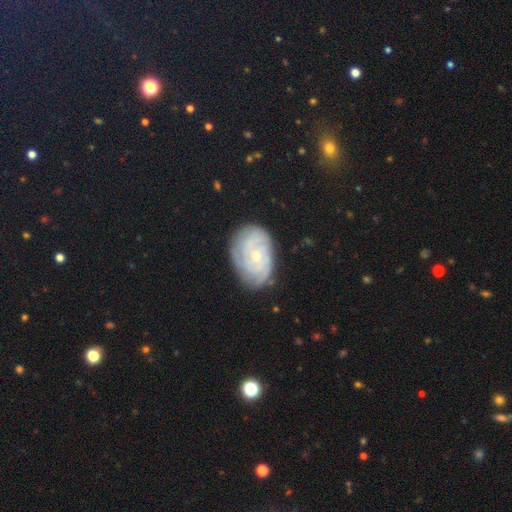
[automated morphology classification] Smooth or featured?
  - featured or disk: 78% *
  - smooth: 15%
  - star or artifact: 7%
Edge-on disk?
  - no: 97% *
  - yes: 3%
Bar?
  - no: 76% *
  - weak: 20%
  - strong: 4%
Spiral arms?
  - yes: 94% *
  - no: 6%
Spiral winding?
  - tight: 74% *
  - medium: 21%
  - loose: 5%
Spiral arm count?
  - can't tell: 38% *
  - 4: 18%
  - 3: 17%
  - 2: 13%
  - more than 4: 8%
  - 1: 6%
Bulge size?
  - small: 67% *
  - moderate: 29%
  - none: 2%
  - large: 1%
  - dominant: 1%
Merging?
  - none: 76% *
  - minor disturbance: 18%
  - major disturbance: 5%
  - merger: 1%